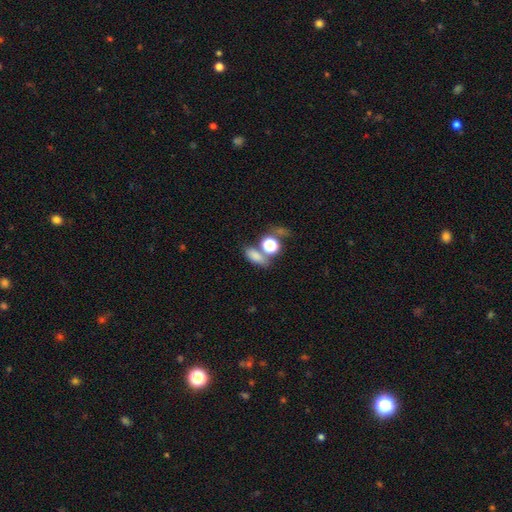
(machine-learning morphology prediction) Q: Smooth or featured?
A: smooth (75%); runner-up: star or artifact (16%)
Q: How rounded?
A: in between (70%); runner-up: round (22%)
Q: Merging?
A: none (53%); runner-up: merger (26%)